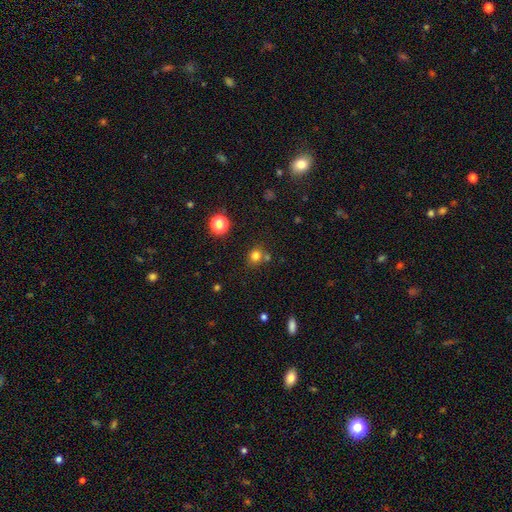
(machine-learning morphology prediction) A smooth galaxy with no disk features (77%) that is round (78%). Merging: none (68%).